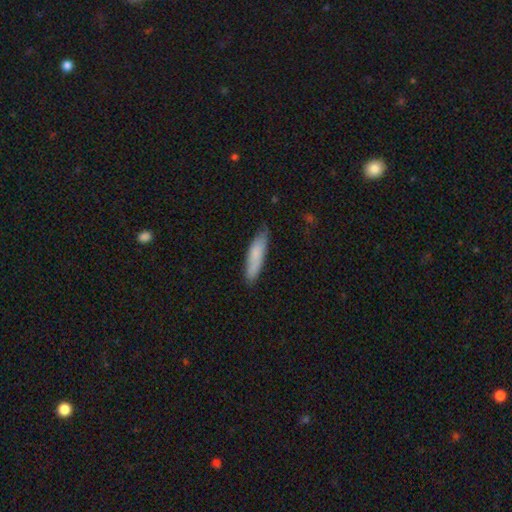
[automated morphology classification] A smooth galaxy with no disk features (80%) that is cigar-shaped (74%).

Vote fractions:
- Smooth or featured? smooth: 80% / featured or disk: 14% / star or artifact: 6%
- How rounded? cigar-shaped: 74% / in between: 25% / round: 1%
- Merging? none: 79% / minor disturbance: 17% / major disturbance: 2% / merger: 1%